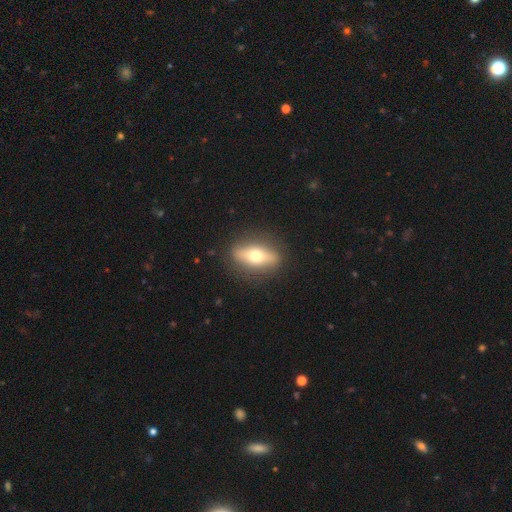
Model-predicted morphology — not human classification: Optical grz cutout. It shows a smooth galaxy with no disk features (47%). Merging: none (86%).